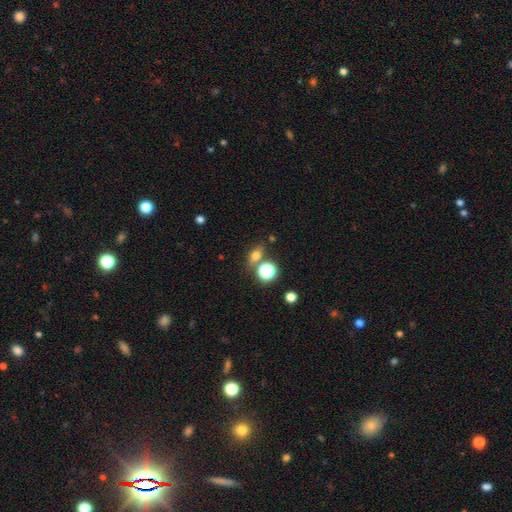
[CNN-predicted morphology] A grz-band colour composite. It shows a smooth galaxy with no disk features (67%) that is in between round and cigar-shaped (56%). Merging: none (70%).